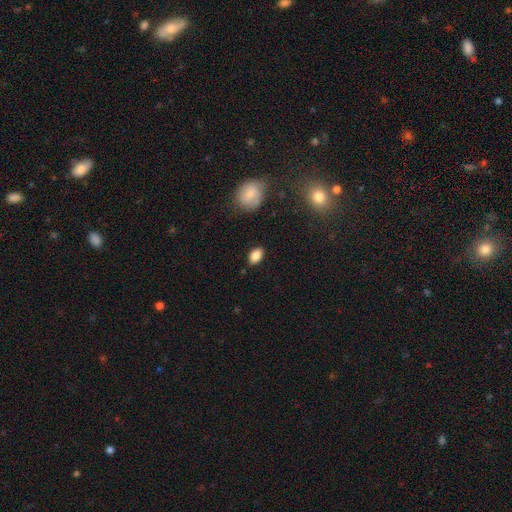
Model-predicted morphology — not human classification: smooth 86%, star or artifact 8%, featured or disk 6%. Down the decision tree: how rounded — in between (90%); merging — none (86%).